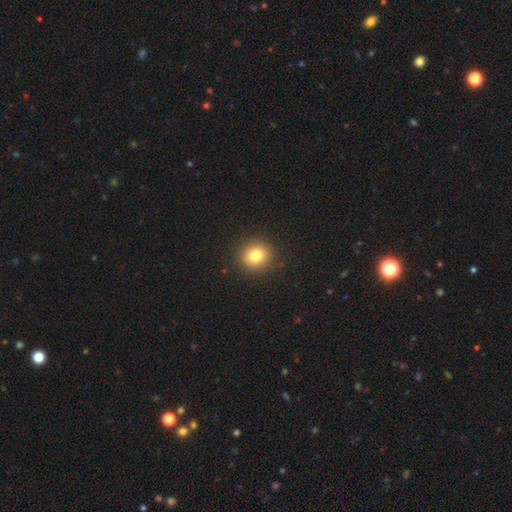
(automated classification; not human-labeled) This appears to be a smooth galaxy with no disk features (80%) that is round (86%). Merging: none (91%).